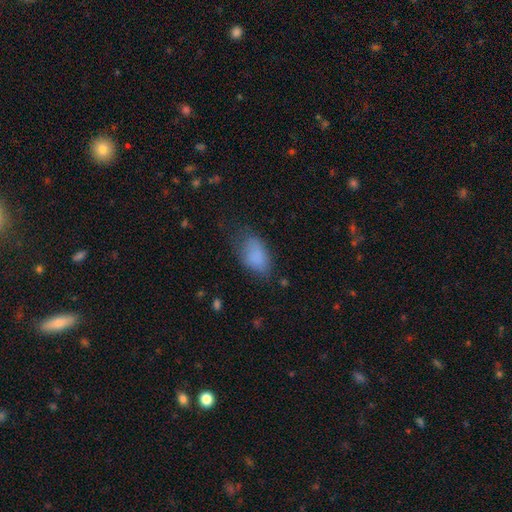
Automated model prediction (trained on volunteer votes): Morphology: type=smooth (82%); roundness=in between (91%); merging=none (53%).